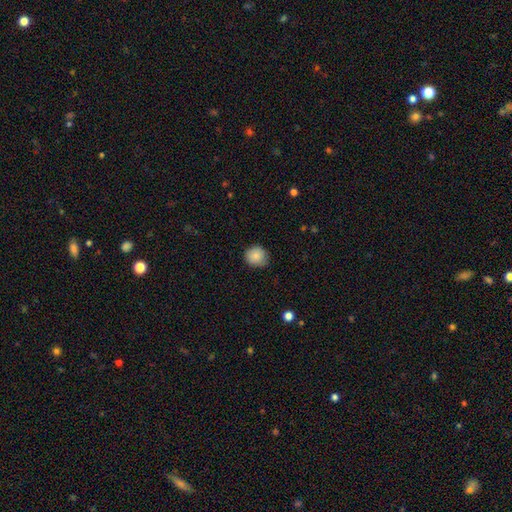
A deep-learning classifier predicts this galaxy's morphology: This is clearly a smooth galaxy (85%). How rounded: clearly round (87%). Merging: likely none (78%).